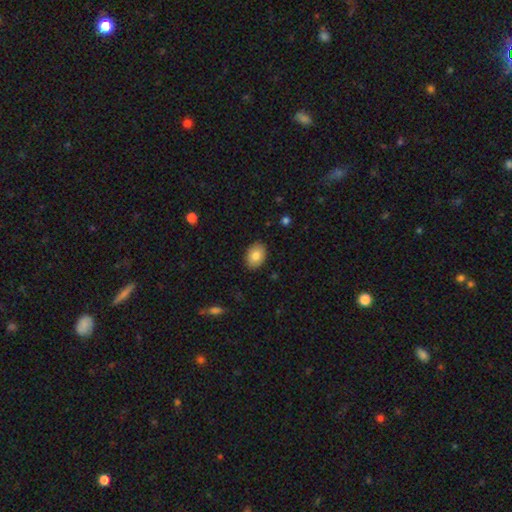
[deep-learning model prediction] Smooth or featured?
  - smooth: 82% *
  - featured or disk: 10%
  - star or artifact: 7%
How rounded?
  - in between: 77% *
  - round: 22%
  - cigar-shaped: 1%
Merging?
  - none: 89% *
  - minor disturbance: 8%
  - major disturbance: 2%
  - merger: 1%